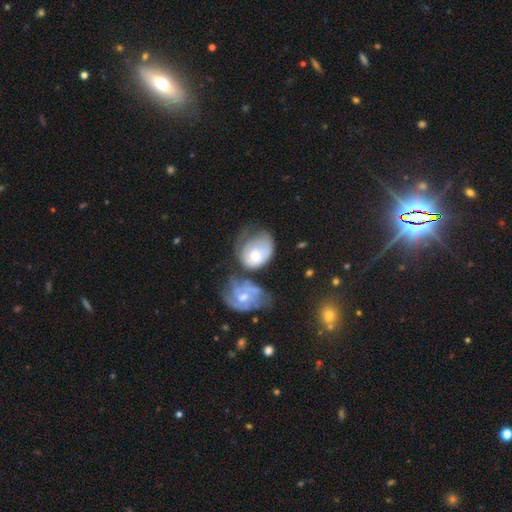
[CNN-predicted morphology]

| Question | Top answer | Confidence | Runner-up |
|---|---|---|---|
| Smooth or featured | smooth | 51% | featured or disk (42%) |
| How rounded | in between | 53% | round (46%) |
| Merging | merger | 32% | major disturbance (27%) |